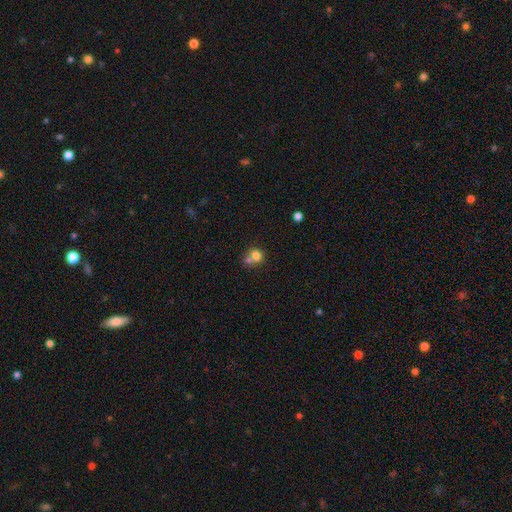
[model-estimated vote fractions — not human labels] This appears to be a smooth galaxy with no disk features (74%) that is round (79%). Merging: merger (51%).